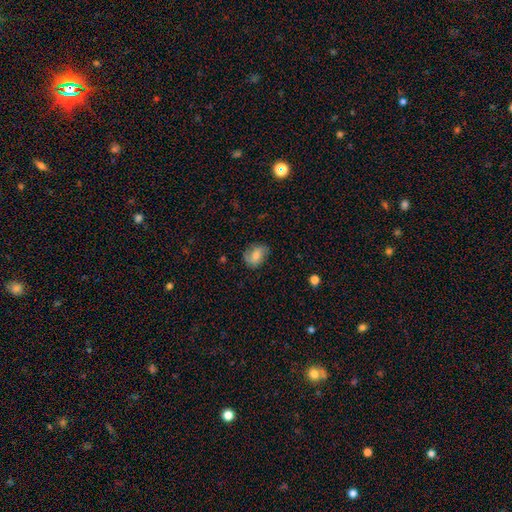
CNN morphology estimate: Smooth or featured? Predicted: smooth (p=0.60). How rounded? Predicted: in between (p=0.63). Merging? Predicted: none (p=0.65).